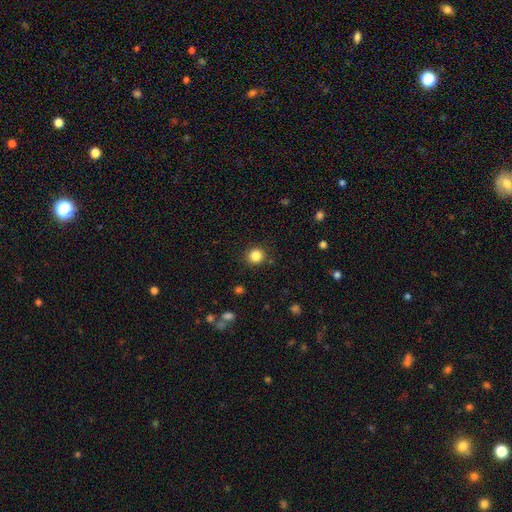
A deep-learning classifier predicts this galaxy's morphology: Smooth or featured? smooth (84%)
How rounded? round (92%)
Merging? none (89%)